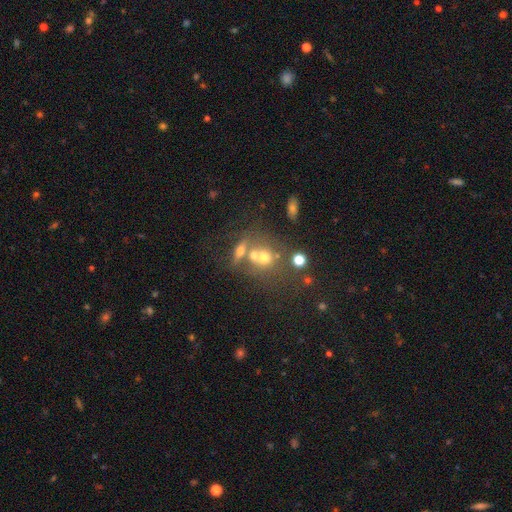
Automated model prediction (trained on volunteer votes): This is possibly a smooth galaxy (50%). Merging: possibly merger (49%).